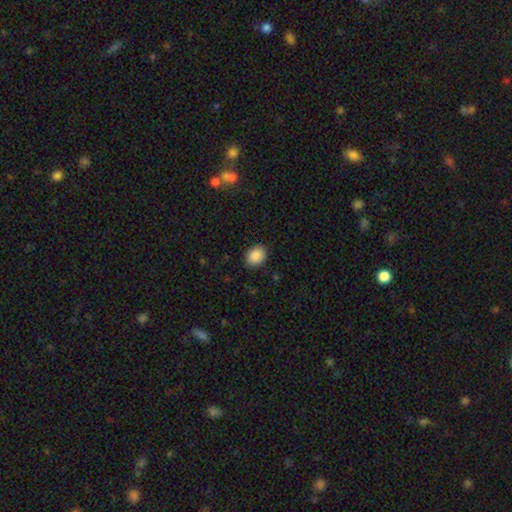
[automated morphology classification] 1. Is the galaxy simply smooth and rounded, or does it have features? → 89% smooth, 8% star or artifact, 3% featured or disk.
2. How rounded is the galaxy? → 54% in between, 45% round, 1% cigar-shaped.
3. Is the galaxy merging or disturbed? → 88% none, 8% minor disturbance, 2% major disturbance, 1% merger.